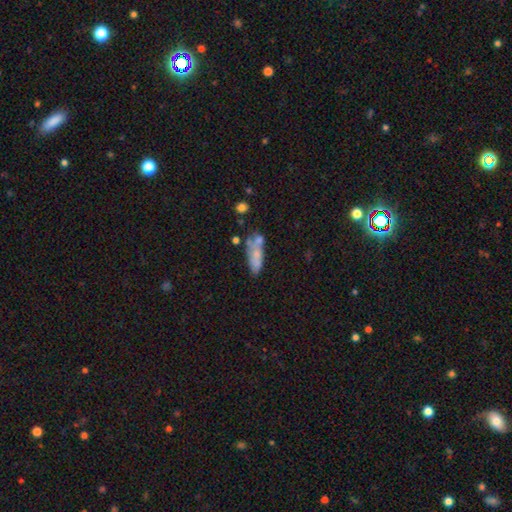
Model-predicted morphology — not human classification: Smooth or featured? smooth (61%)
How rounded? in between (63%)
Merging? none (39%)